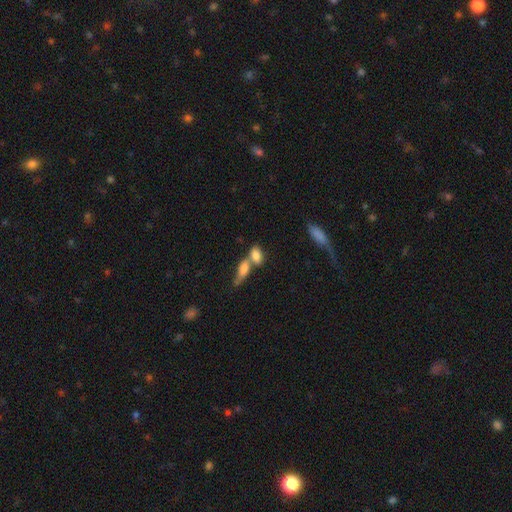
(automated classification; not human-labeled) Smooth or featured? Predicted: smooth (p=0.80). How rounded? Predicted: in between (p=0.84). Merging? Predicted: merger (p=0.60).